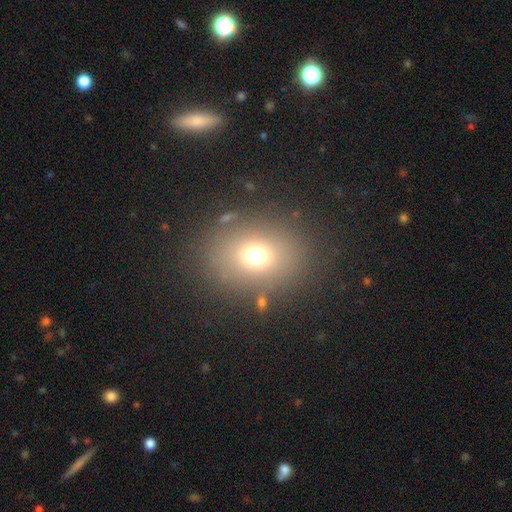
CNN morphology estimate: smooth_or_featured: smooth (p=0.70) [alt: star or artifact p=0.18]
how_rounded: round (p=0.52) [alt: in between p=0.47]
merging: none (p=0.80) [alt: minor disturbance p=0.10]